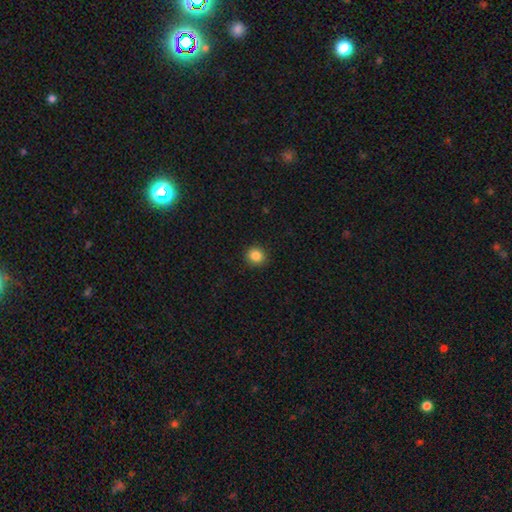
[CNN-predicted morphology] A smooth galaxy with no disk features (86%) that is round (87%). Merging: none (91%).